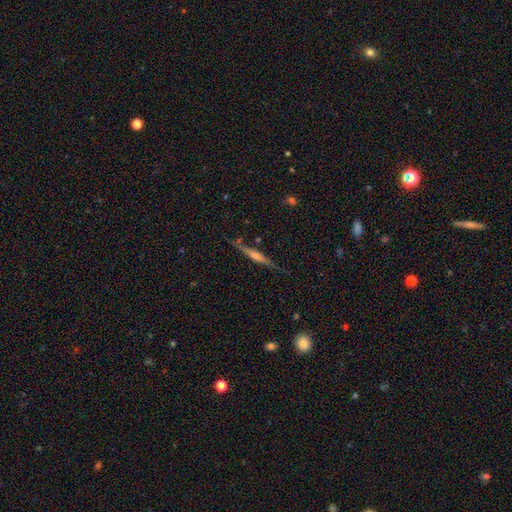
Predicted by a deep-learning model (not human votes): smooth_or_featured: featured or disk (p=0.62) [alt: smooth p=0.31]
disk_edge_on: yes (p=0.97) [alt: no p=0.03]
edge_on_bulge: rounded (p=0.48) [alt: boxy p=0.28]
merging: none (p=0.80) [alt: minor disturbance p=0.14]